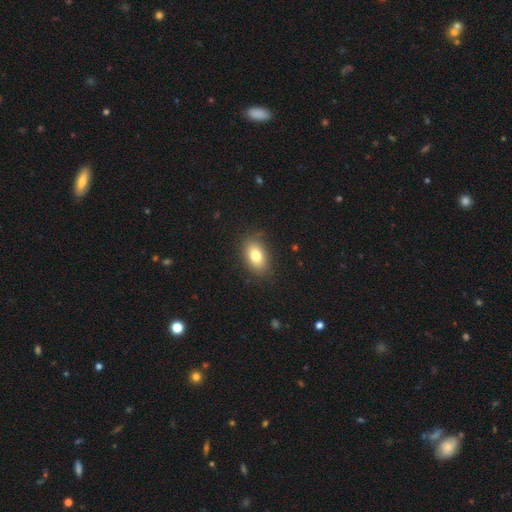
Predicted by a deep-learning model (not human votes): The model was most divided on "smooth or featured": smooth: 78%, featured or disk: 12%, star or artifact: 10%. More confident: how rounded — in between (86%); merging — none (84%).